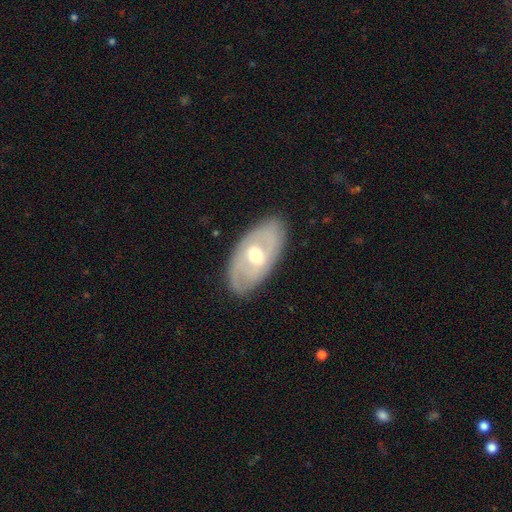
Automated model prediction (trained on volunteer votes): Overall: featured or disk (63%; smooth 31%). Edge-on disk: no (88%). Bar: no (48%; weak 39%). Spiral arms: no (50%, tied with yes). Bulge size: moderate (72%). Merging: none (83%).